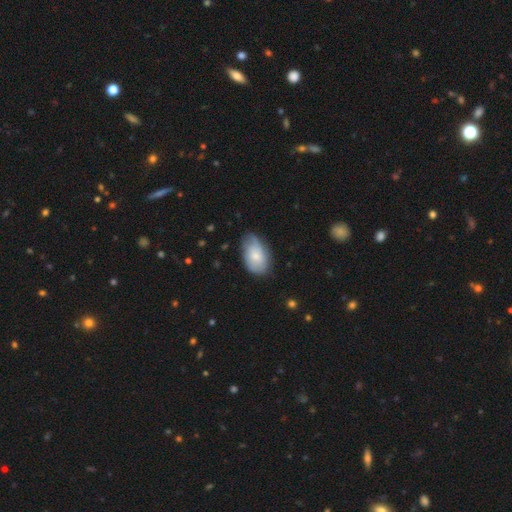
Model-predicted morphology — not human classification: Smooth or featured? smooth (69%)
How rounded? in between (92%)
Merging? none (63%)